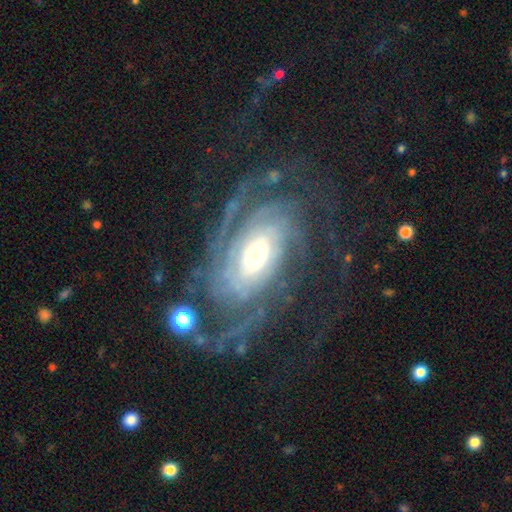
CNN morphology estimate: smooth_or_featured: featured or disk (p=0.90) [alt: star or artifact p=0.05]
disk_edge_on: no (p=0.96) [alt: yes p=0.04]
bar: no (p=0.56) [alt: weak p=0.29]
has_spiral_arms: yes (p=0.98) [alt: no p=0.02]
spiral_winding: tight (p=0.65) [alt: medium p=0.28]
spiral_arm_count: 2 (p=0.23) [tied with: can't tell p=0.23]
bulge_size: moderate (p=0.47) [alt: small p=0.30]
merging: none (p=0.67) [alt: major disturbance p=0.16]